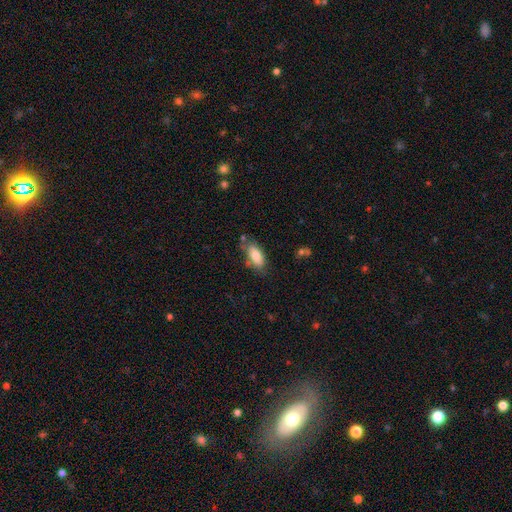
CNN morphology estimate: A smooth galaxy with no disk features (81%) that is in between round and cigar-shaped (86%).

Vote fractions:
- Smooth or featured? smooth: 81% / featured or disk: 12% / star or artifact: 7%
- How rounded? in between: 86% / cigar-shaped: 12% / round: 2%
- Merging? none: 64% / minor disturbance: 23% / merger: 7% / major disturbance: 6%